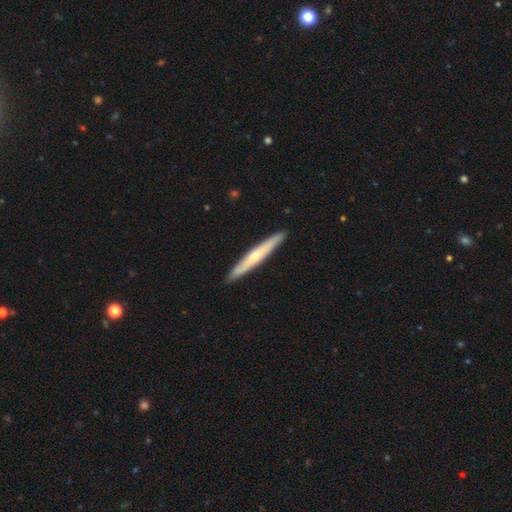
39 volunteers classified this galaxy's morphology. Smooth or featured? featured or disk (51%)
Edge-on disk? yes (100%)
Edge-on bulge? rounded (80%)
Merging? none (95%)